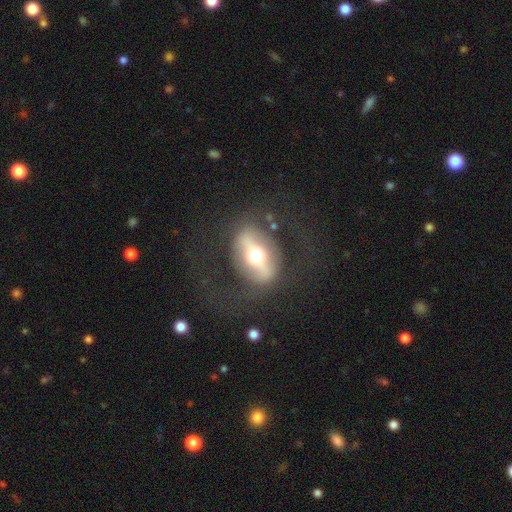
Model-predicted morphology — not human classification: The model was most divided on "smooth or featured": featured or disk: 63%, smooth: 30%, star or artifact: 7%. More confident: edge-on disk — no (72%); merging — none (71%).